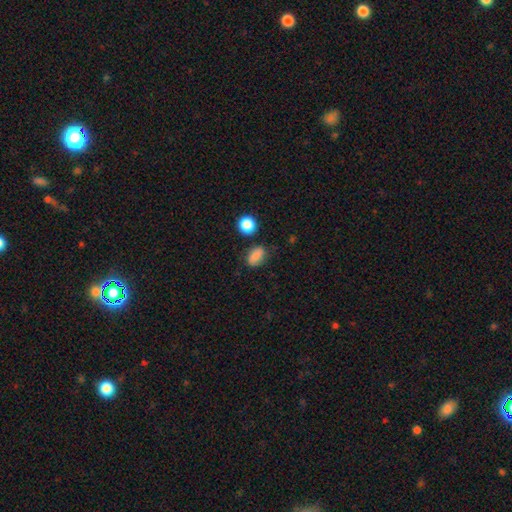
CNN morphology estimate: A smooth galaxy with no disk features (75%) that is in between round and cigar-shaped (76%). Merging: none (71%).